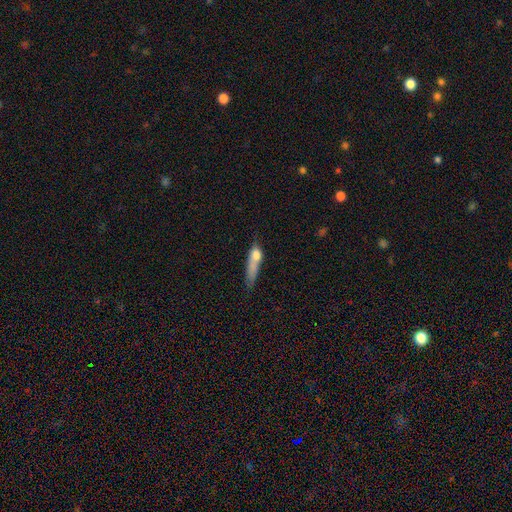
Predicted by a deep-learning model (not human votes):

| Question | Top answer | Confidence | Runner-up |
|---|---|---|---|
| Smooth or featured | smooth | 62% | featured or disk (27%) |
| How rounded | cigar-shaped | 71% | in between (23%) |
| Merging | none | 32% | minor disturbance (28%) |